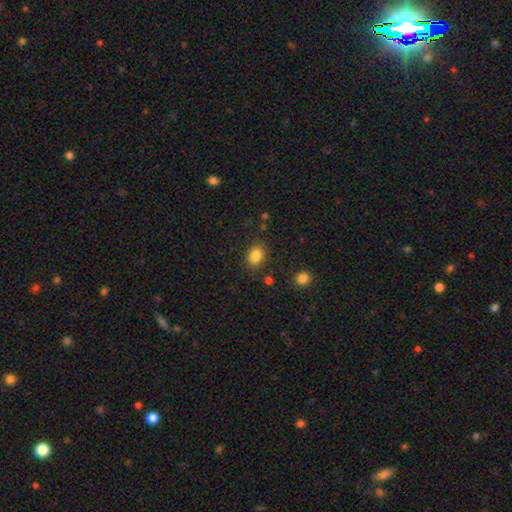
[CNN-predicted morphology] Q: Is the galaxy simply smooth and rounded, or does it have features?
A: smooth — 85%.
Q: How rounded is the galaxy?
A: in between — 58%.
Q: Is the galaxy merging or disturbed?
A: none — 83%.